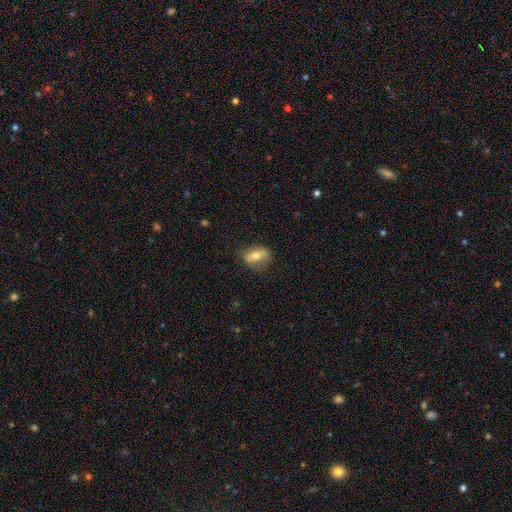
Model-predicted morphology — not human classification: This is likely a smooth galaxy (64%). How rounded: likely in between (79%). Merging: likely none (72%).